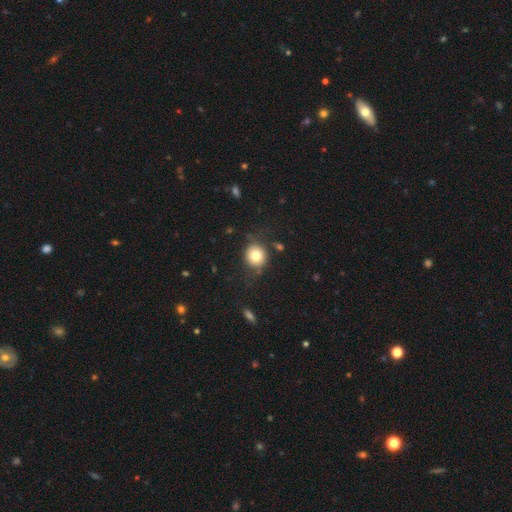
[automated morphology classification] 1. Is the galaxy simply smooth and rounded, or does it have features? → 77% smooth, 12% featured or disk, 11% star or artifact.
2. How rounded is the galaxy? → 89% round, 10% in between, 1% cigar-shaped.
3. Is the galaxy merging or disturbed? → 78% none, 13% minor disturbance, 6% major disturbance, 3% merger.